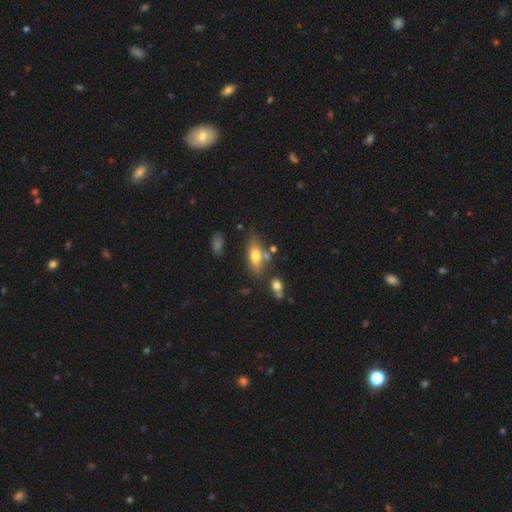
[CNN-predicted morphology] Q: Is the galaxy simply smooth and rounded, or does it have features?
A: smooth — 68%.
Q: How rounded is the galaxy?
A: in between — 77%.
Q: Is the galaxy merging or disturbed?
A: none — 64%.